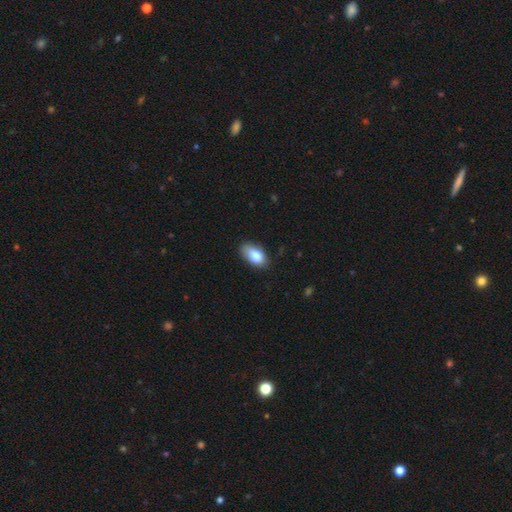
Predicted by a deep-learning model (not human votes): A smooth galaxy with no disk features (82%) that is in between round and cigar-shaped (92%). Merging: none (70%).